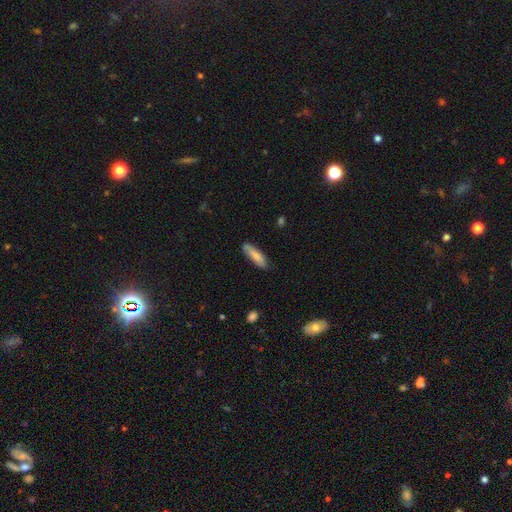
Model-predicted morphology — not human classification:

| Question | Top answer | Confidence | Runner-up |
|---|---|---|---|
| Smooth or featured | smooth | 79% | featured or disk (16%) |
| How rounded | cigar-shaped | 65% | in between (33%) |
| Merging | none | 77% | minor disturbance (18%) |